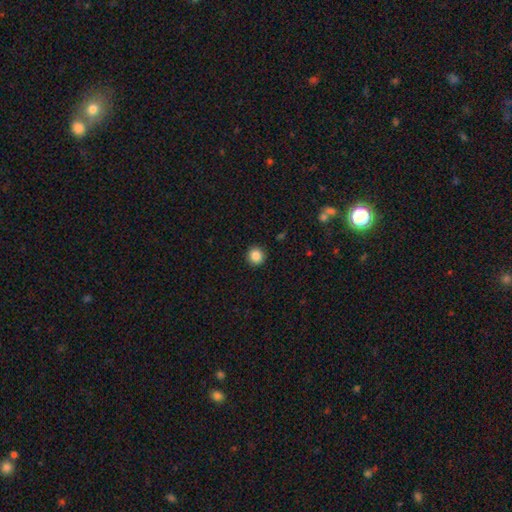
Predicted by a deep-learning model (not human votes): smooth-or-featured: smooth: 86% | star or artifact: 10% | featured or disk: 4%
  how-rounded: round: 94% | in between: 5% | cigar-shaped: 1%
  merging: none: 93% | minor disturbance: 5% | major disturbance: 2% | merger: 1%